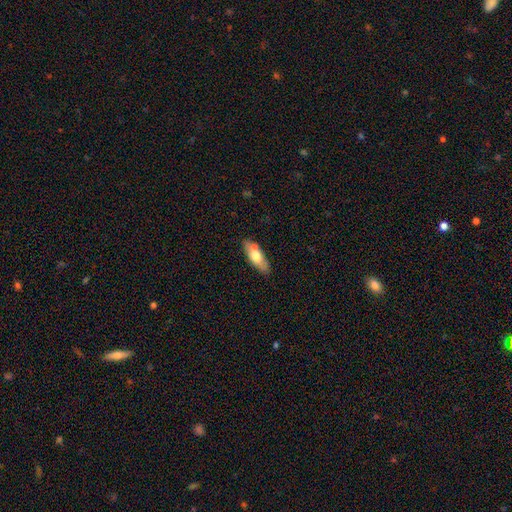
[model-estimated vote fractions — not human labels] Morphology: type=smooth (61%); roundness=in between (70%); merging=none (75%).